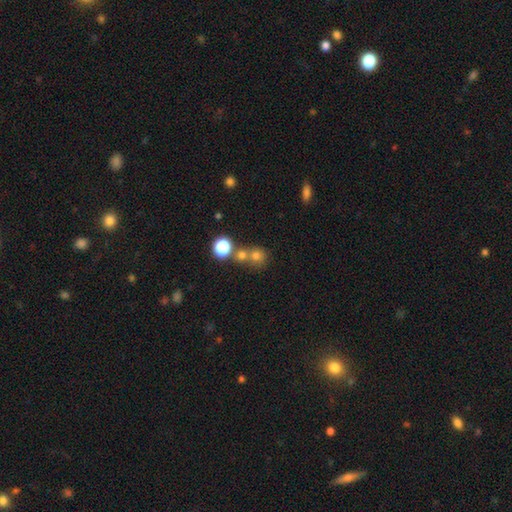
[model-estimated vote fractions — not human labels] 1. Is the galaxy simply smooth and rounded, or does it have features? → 69% smooth, 21% star or artifact, 10% featured or disk.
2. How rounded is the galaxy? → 86% round, 13% in between, 1% cigar-shaped.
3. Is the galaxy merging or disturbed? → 53% none, 36% merger, 7% minor disturbance, 4% major disturbance.